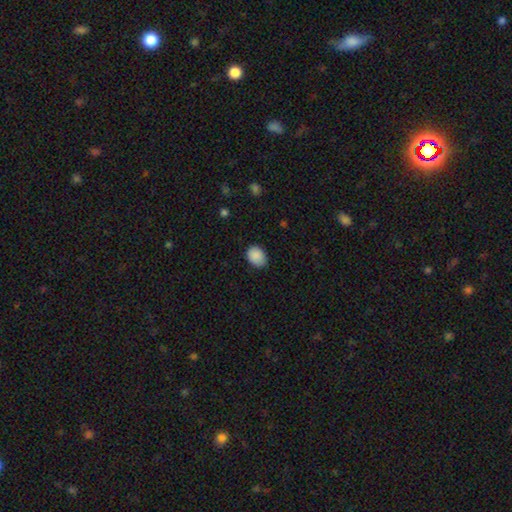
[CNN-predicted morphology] Smooth or featured: smooth — 89% (star or artifact — 8%)
How rounded: in between — 65% (round — 34%)
Merging: none — 77% (minor disturbance — 19%)